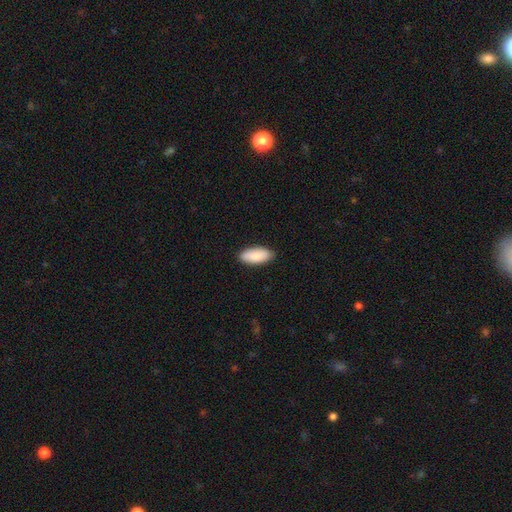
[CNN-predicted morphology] smooth_or_featured: smooth (p=0.89) [alt: featured or disk p=0.05]
how_rounded: in between (p=0.87) [alt: cigar-shaped p=0.11]
merging: none (p=0.88) [alt: minor disturbance p=0.09]